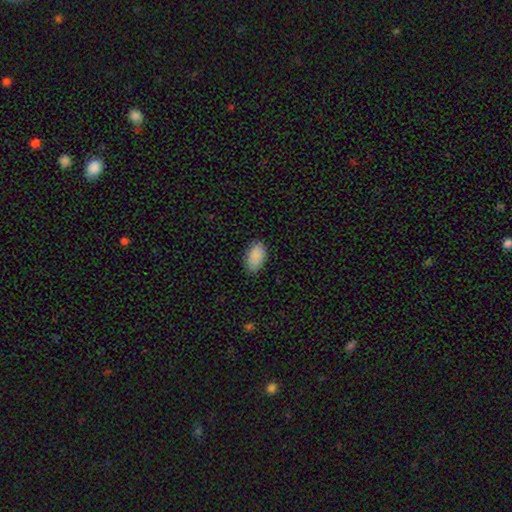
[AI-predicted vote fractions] Smooth or featured? Predicted: smooth (p=0.90). How rounded? Predicted: in between (p=0.95). Merging? Predicted: none (p=0.86).